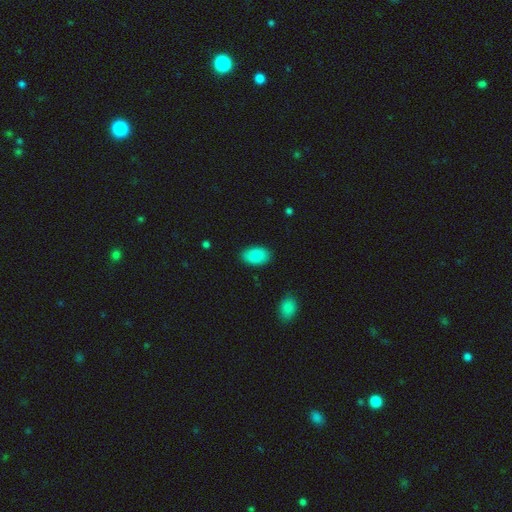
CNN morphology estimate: A smooth galaxy with no disk features (88%) that is in between round and cigar-shaped (92%). Merging: none (87%).